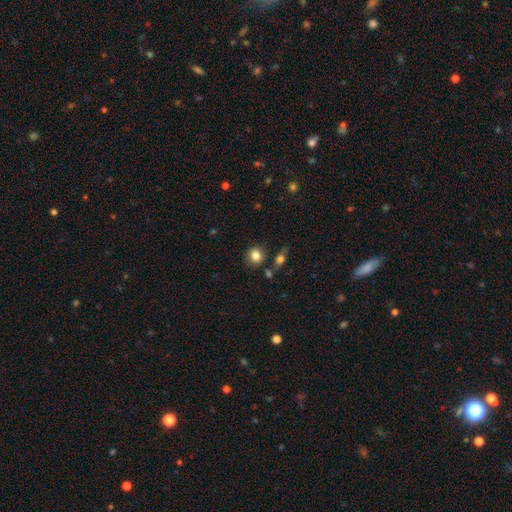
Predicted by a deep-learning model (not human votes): This appears to be a smooth galaxy with no disk features (81%) that is round (77%). Merging: none (75%).